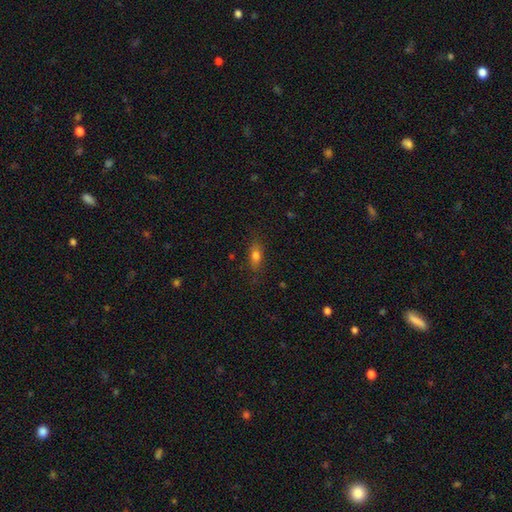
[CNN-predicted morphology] This appears to be a smooth galaxy with no disk features (75%) that is in between round and cigar-shaped (74%). Merging: none (80%).